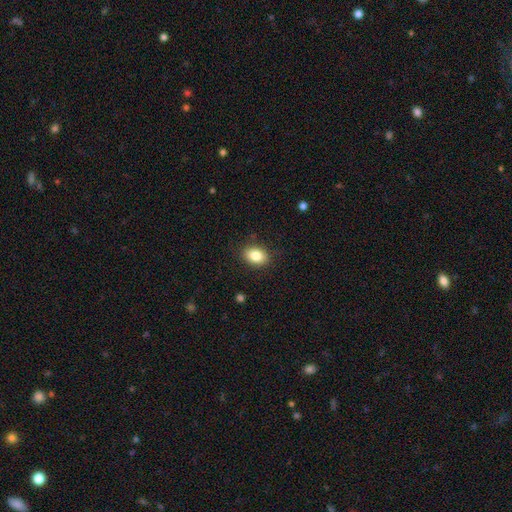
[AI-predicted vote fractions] Q: Smooth or featured?
A: smooth (84%); runner-up: star or artifact (9%)
Q: How rounded?
A: in between (77%); runner-up: round (22%)
Q: Merging?
A: none (86%); runner-up: minor disturbance (10%)